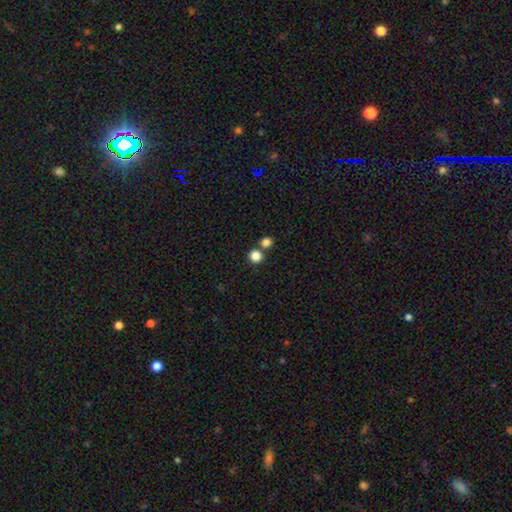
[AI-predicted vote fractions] Q: Smooth or featured?
A: smooth (84%); runner-up: star or artifact (12%)
Q: How rounded?
A: round (92%); runner-up: in between (7%)
Q: Merging?
A: none (69%); runner-up: merger (22%)